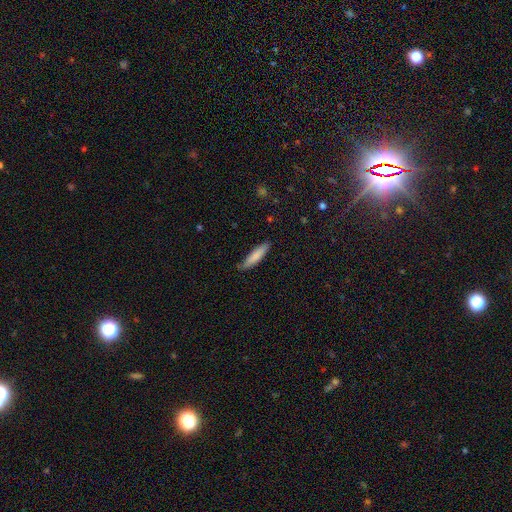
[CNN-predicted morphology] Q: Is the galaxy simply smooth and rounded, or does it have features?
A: smooth — 81%.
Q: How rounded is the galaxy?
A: cigar-shaped — 81%.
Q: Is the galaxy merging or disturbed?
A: none — 83%.